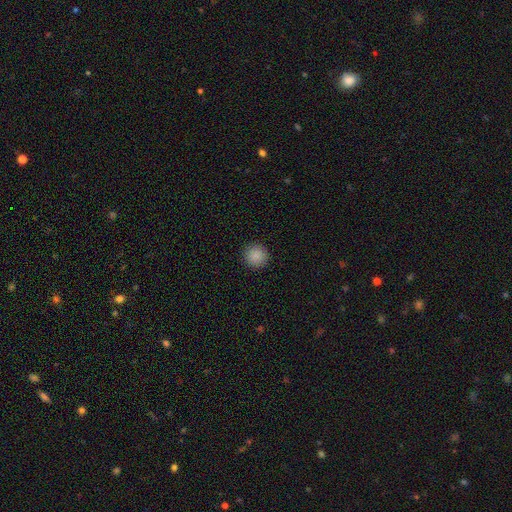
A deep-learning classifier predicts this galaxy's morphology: This is clearly a smooth galaxy (89%). How rounded: clearly round (95%). Merging: clearly none (93%).